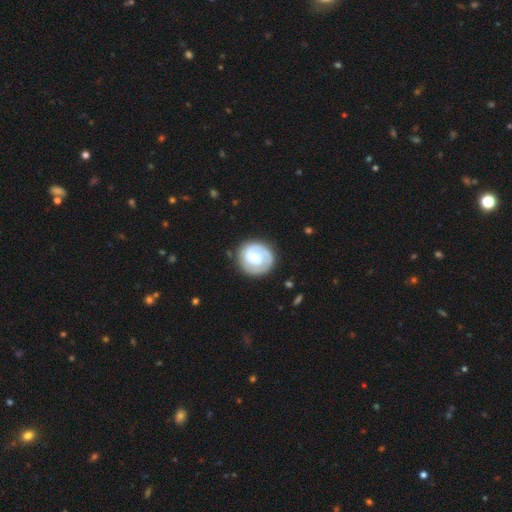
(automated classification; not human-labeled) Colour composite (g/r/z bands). It shows a featured or disk galaxy (69%) with no bar (49%), 2 (46%) tight (65%) spiral arms (92%) and a small central bulge (46%). Merging: none (79%).